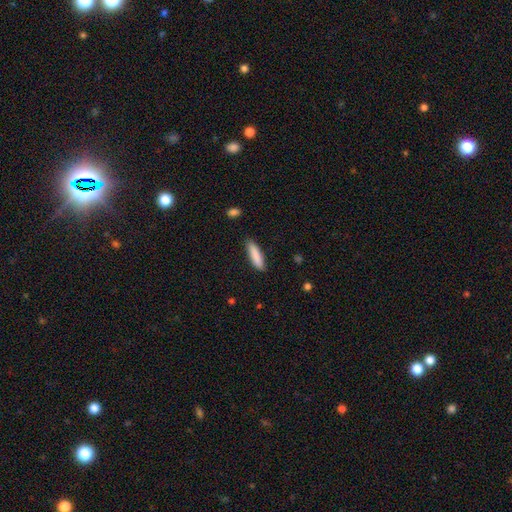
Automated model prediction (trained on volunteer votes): smooth-or-featured: smooth: 87% | featured or disk: 7% | star or artifact: 6%
  how-rounded: cigar-shaped: 70% | in between: 29% | round: 1%
  merging: none: 86% | minor disturbance: 11% | major disturbance: 2% | merger: 1%